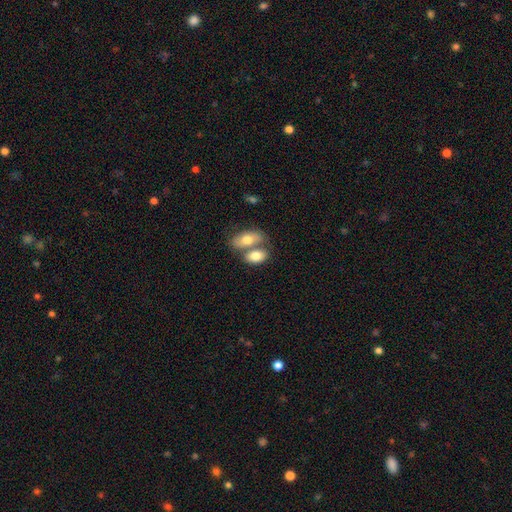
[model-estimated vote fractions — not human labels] smooth_or_featured: smooth (p=0.76) [alt: featured or disk p=0.18]
how_rounded: in between (p=0.90) [alt: round p=0.07]
merging: merger (p=0.57) [alt: none p=0.30]